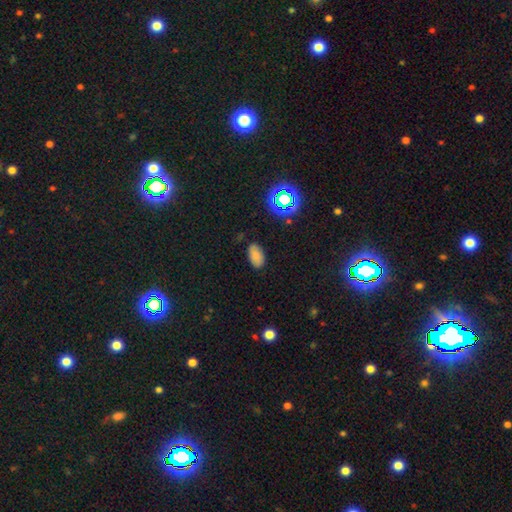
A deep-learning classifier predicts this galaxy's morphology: Smooth or featured? smooth (77%)
How rounded? in between (93%)
Merging? none (82%)